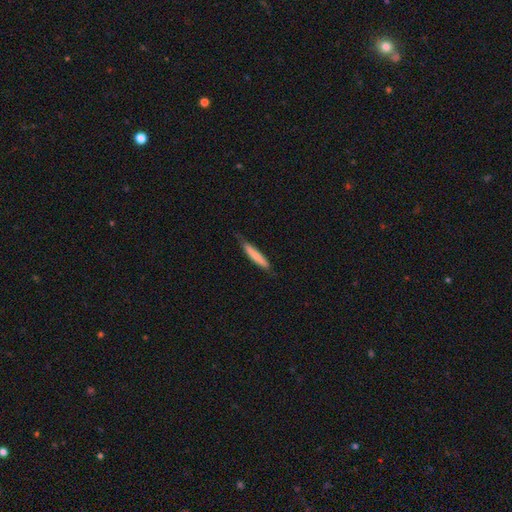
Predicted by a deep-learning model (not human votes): Morphology: type=smooth (71%); roundness=cigar-shaped (90%); merging=none (68%).